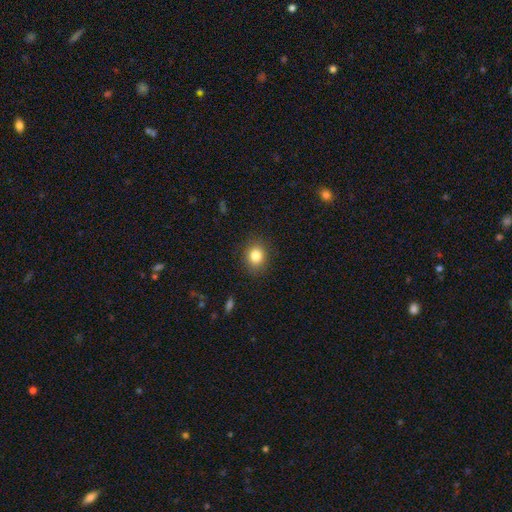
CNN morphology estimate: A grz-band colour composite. It shows a smooth galaxy with no disk features (83%) that is round (62%). Merging: none (87%).